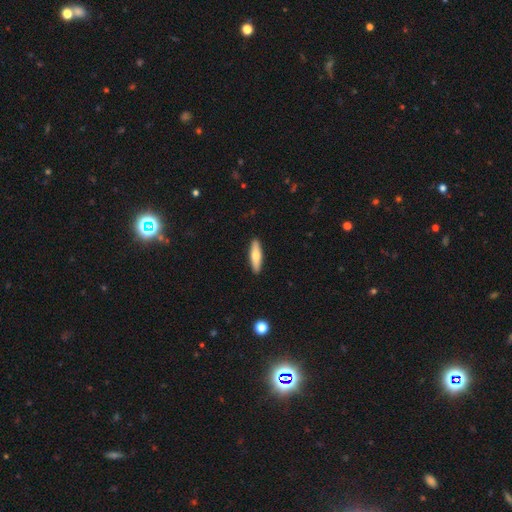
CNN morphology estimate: The model was most divided on "smooth or featured": smooth: 64%, featured or disk: 31%, star or artifact: 5%. More confident: merging — none (91%); how rounded — cigar-shaped (69%).